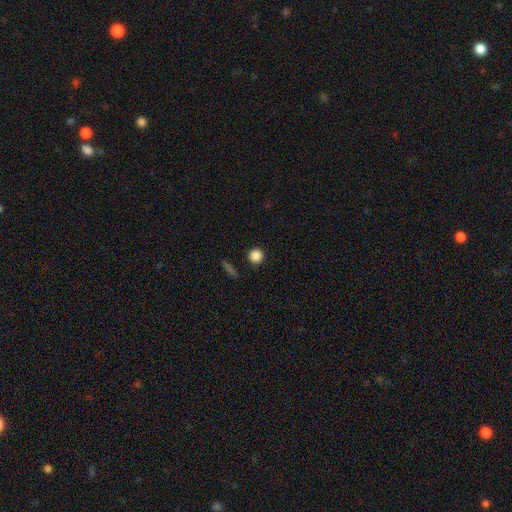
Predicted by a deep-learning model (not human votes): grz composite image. It shows a smooth galaxy with no disk features (86%) that is round (95%). Merging: none (91%).